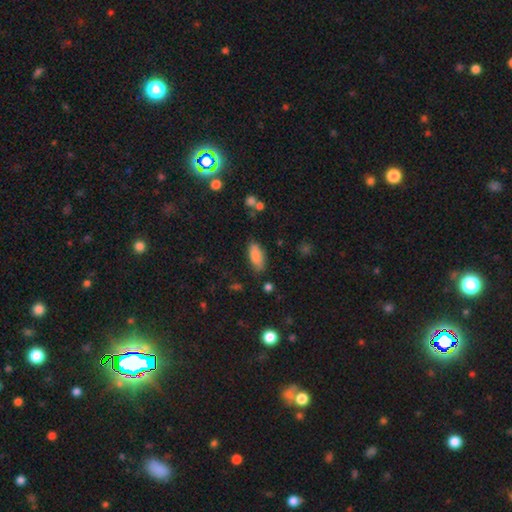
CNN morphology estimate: Q: Smooth or featured?
A: smooth (86%); runner-up: star or artifact (7%)
Q: How rounded?
A: in between (81%); runner-up: cigar-shaped (17%)
Q: Merging?
A: none (80%); runner-up: minor disturbance (15%)